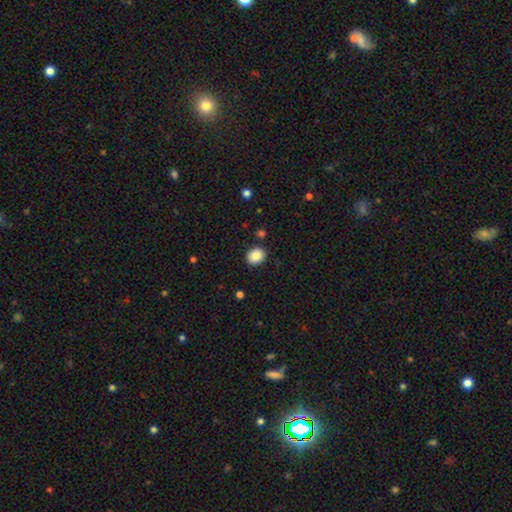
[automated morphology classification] smooth 87%, star or artifact 9%, featured or disk 4%. Down the decision tree: how rounded — round (63%); merging — none (89%).